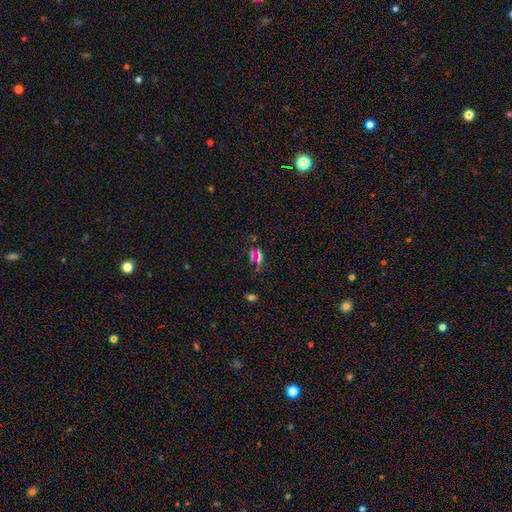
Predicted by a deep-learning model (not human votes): The model was most divided on "smooth or featured": smooth: 46%, star or artifact: 43%, featured or disk: 10%. More confident: merging — none (68%).